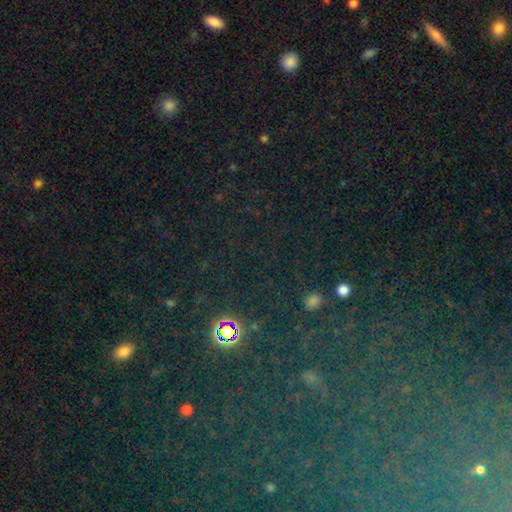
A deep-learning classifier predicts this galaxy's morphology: Overall: star or artifact (73%).